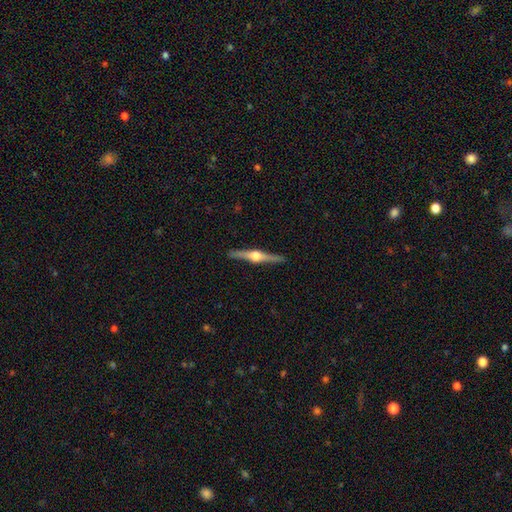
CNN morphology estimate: smooth-or-featured: featured or disk: 82% | smooth: 13% | star or artifact: 5%
  disk-edge-on: yes: 98% | no: 2%
    edge-on-bulge: rounded: 96% | boxy: 3% | none: 2%
  merging: none: 92% | minor disturbance: 6% | major disturbance: 1% | merger: 1%